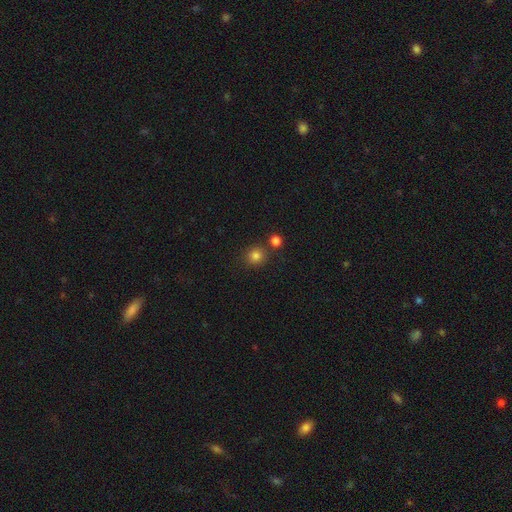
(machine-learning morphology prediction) Q: Smooth or featured?
A: smooth (81%); runner-up: star or artifact (14%)
Q: How rounded?
A: round (89%); runner-up: in between (10%)
Q: Merging?
A: none (78%); runner-up: merger (12%)